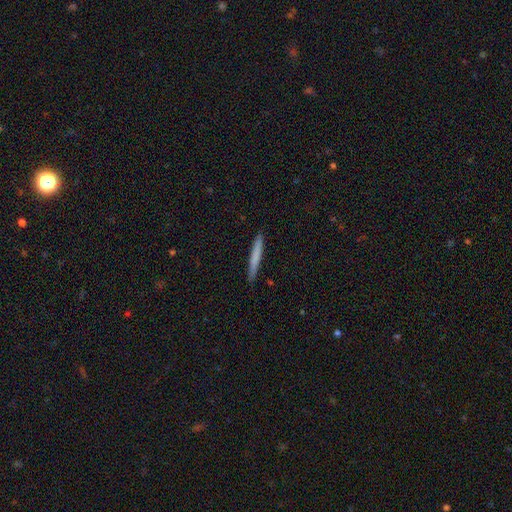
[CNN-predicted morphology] Smooth or featured? Predicted: smooth (p=0.70). How rounded? Predicted: cigar-shaped (p=0.97). Merging? Predicted: none (p=0.90).